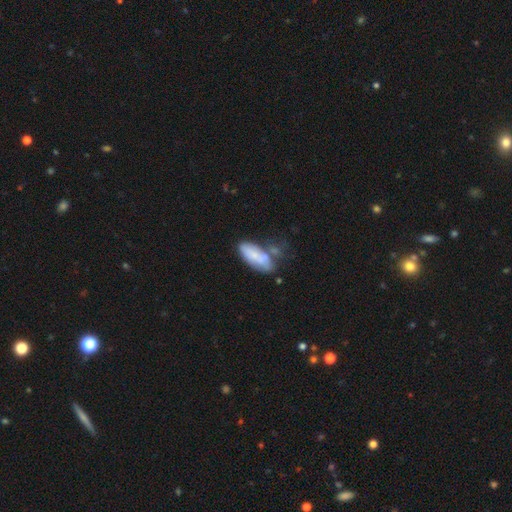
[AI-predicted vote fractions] smooth-or-featured: smooth: 70% | featured or disk: 23% | star or artifact: 7%
  how-rounded: in between: 78% | cigar-shaped: 20% | round: 2%
  merging: none: 41% | merger: 27% | minor disturbance: 23% | major disturbance: 9%